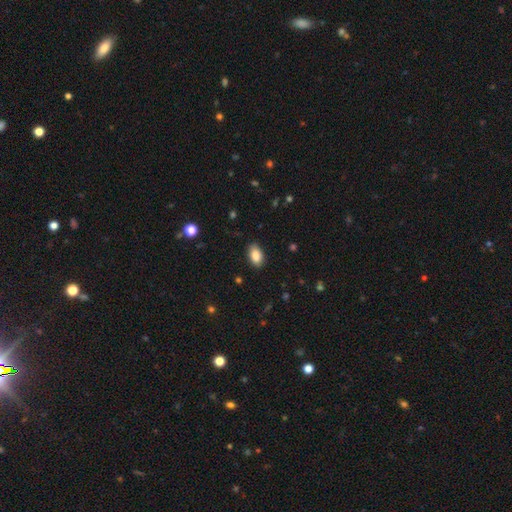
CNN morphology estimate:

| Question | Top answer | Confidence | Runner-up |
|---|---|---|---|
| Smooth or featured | smooth | 88% | star or artifact (7%) |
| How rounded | in between | 92% | round (6%) |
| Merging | none | 85% | minor disturbance (12%) |